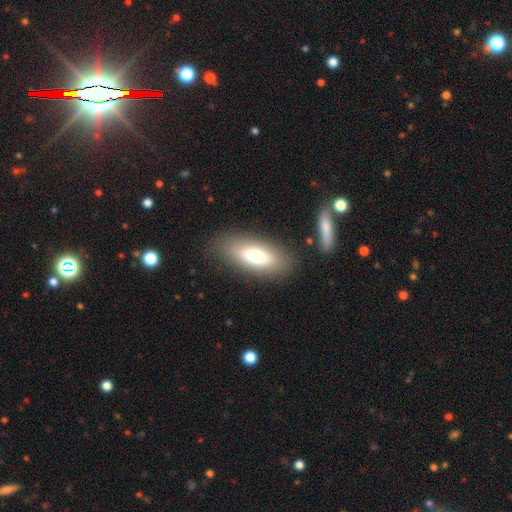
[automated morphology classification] smooth-or-featured: smooth: 73% | featured or disk: 20% | star or artifact: 7%
  how-rounded: in between: 74% | cigar-shaped: 24% | round: 3%
  merging: none: 81% | minor disturbance: 11% | merger: 4% | major disturbance: 4%